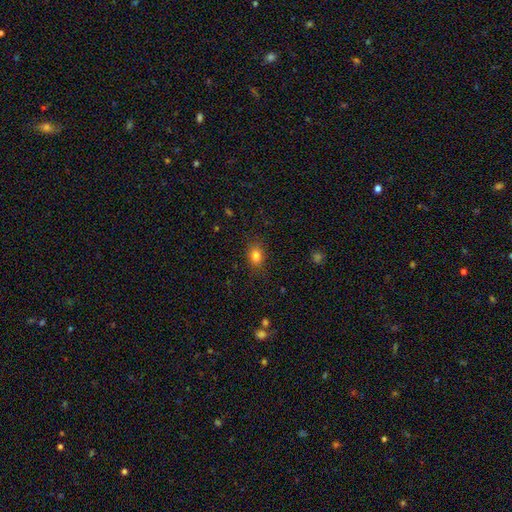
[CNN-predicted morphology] The model was most divided on "how rounded": in between: 61%, round: 38%, cigar-shaped: 2%. More confident: merging — none (84%); smooth or featured — smooth (81%).